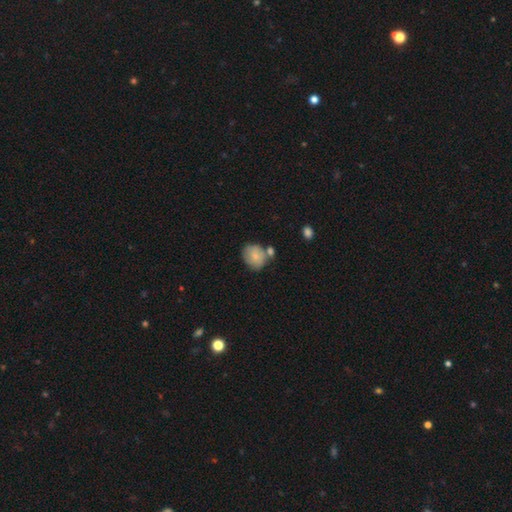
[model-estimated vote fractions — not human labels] Smooth or featured? Predicted: smooth (p=0.79). How rounded? Predicted: round (p=0.68). Merging? Predicted: none (p=0.54).